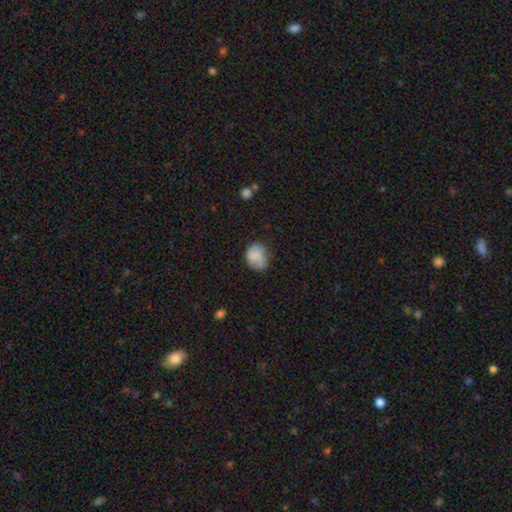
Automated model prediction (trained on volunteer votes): Q: Smooth or featured?
A: smooth (73%); runner-up: featured or disk (19%)
Q: How rounded?
A: round (56%); runner-up: in between (43%)
Q: Merging?
A: none (63%); runner-up: minor disturbance (27%)